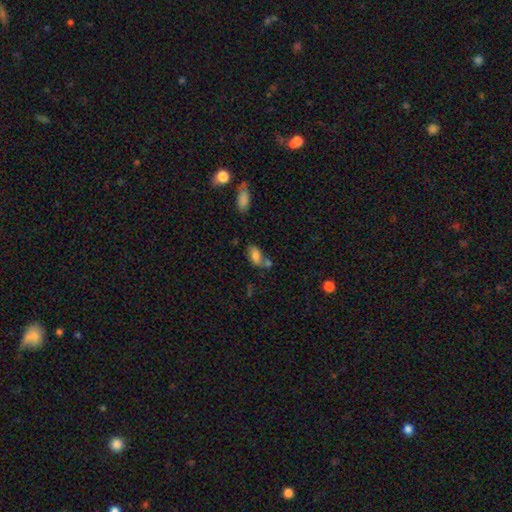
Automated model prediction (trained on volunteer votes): A smooth galaxy with no disk features (77%) that is in between round and cigar-shaped (90%).

Vote fractions:
- Smooth or featured? smooth: 77% / featured or disk: 13% / star or artifact: 10%
- How rounded? in between: 90% / round: 6% / cigar-shaped: 4%
- Merging? none: 41% / merger: 31% / minor disturbance: 19% / major disturbance: 8%